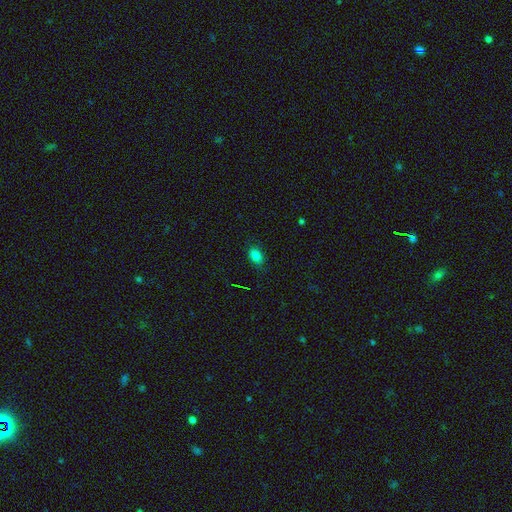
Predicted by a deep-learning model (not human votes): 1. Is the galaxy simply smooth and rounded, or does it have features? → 81% smooth, 13% star or artifact, 6% featured or disk.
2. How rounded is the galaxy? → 82% in between, 16% round, 2% cigar-shaped.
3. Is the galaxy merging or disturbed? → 82% none, 14% minor disturbance, 3% major disturbance, 1% merger.